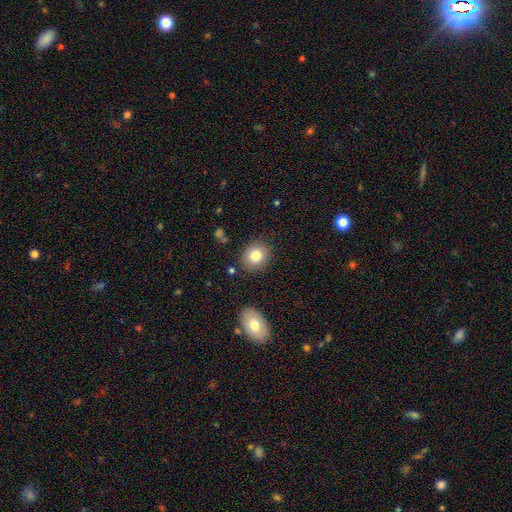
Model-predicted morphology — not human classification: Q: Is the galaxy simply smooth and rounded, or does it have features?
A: smooth — 81%.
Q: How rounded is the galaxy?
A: round — 67%.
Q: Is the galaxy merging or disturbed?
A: none — 84%.